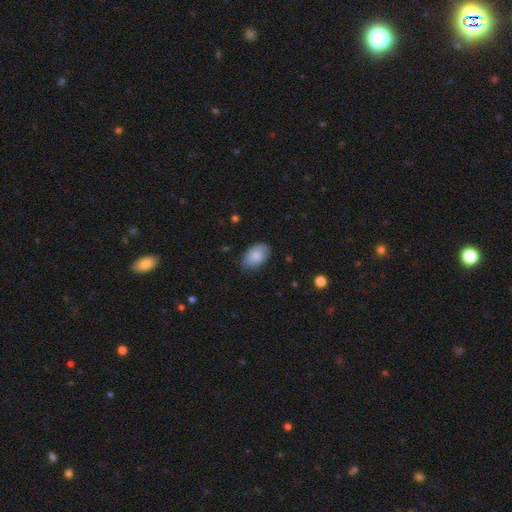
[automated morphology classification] This is clearly a smooth galaxy (84%). How rounded: clearly in between (92%). Merging: likely none (76%).